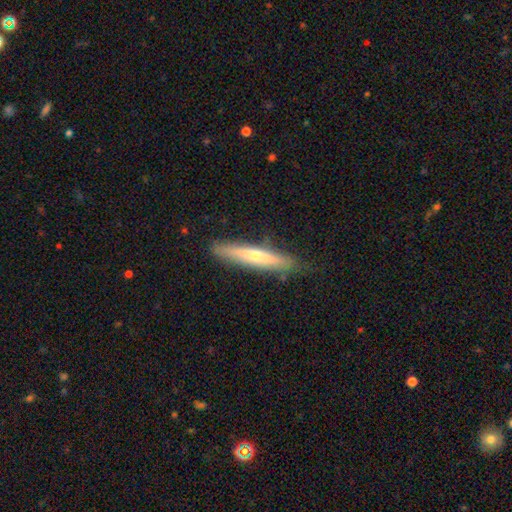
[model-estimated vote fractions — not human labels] smooth_or_featured: smooth (p=0.48) [alt: featured or disk p=0.46]
merging: none (p=0.84) [alt: minor disturbance p=0.12]